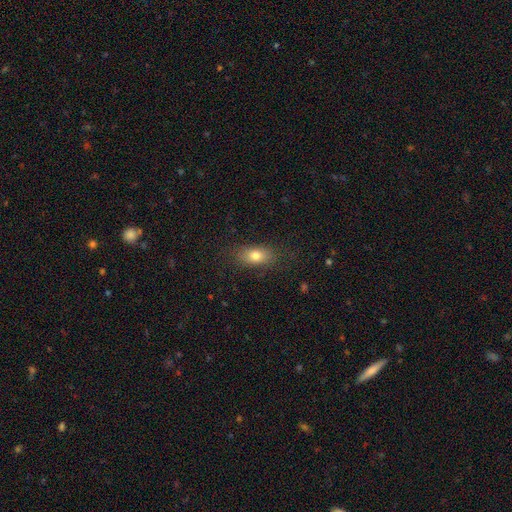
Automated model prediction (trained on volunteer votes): A smooth galaxy with no disk features (77%) that is in between round and cigar-shaped (84%).

Vote fractions:
- Smooth or featured? smooth: 77% / featured or disk: 13% / star or artifact: 10%
- How rounded? in between: 84% / round: 11% / cigar-shaped: 5%
- Merging? none: 81% / minor disturbance: 13% / major disturbance: 5% / merger: 1%